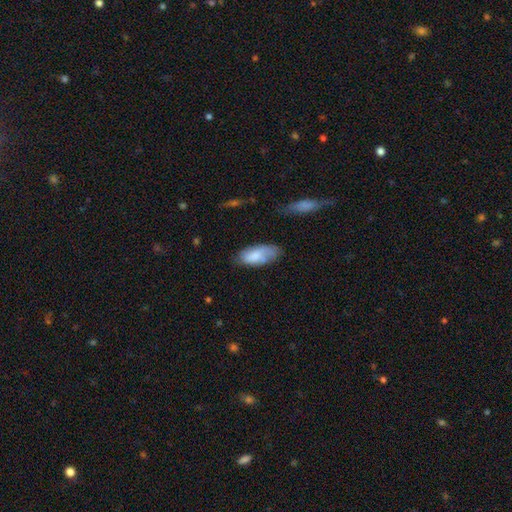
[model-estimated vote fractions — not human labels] Smooth or featured: smooth — 72% (featured or disk — 21%)
How rounded: in between — 87% (cigar-shaped — 11%)
Merging: none — 57% (minor disturbance — 30%)